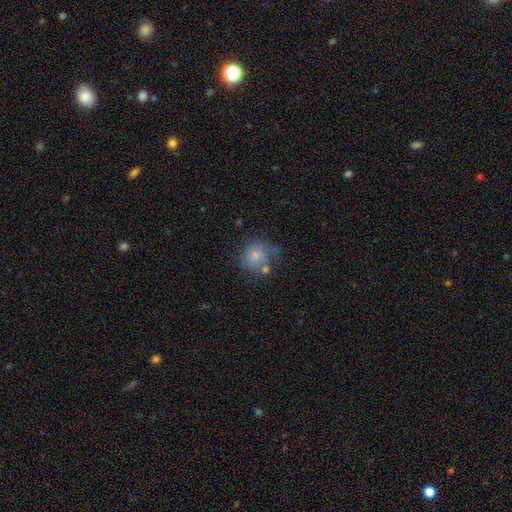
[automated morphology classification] This is likely a smooth galaxy (67%). How rounded: likely round (72%). Merging: marginally none (42%).